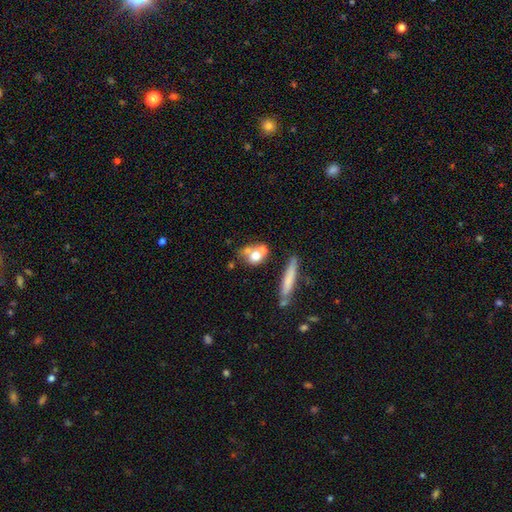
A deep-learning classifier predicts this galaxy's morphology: Smooth or featured? smooth (61%)
How rounded? round (55%)
Merging? merger (46%)